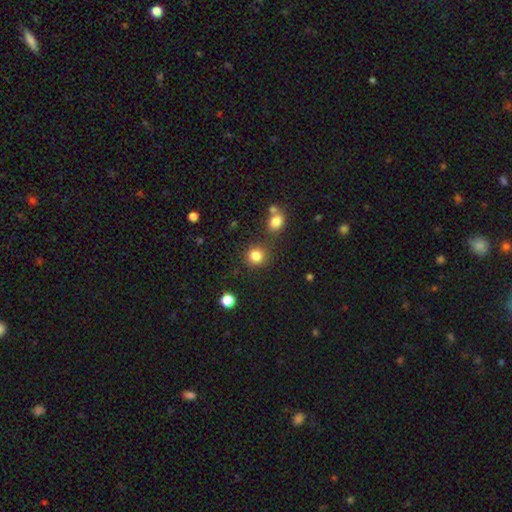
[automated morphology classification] smooth 82%, star or artifact 12%, featured or disk 5%. Down the decision tree: how rounded — round (89%); merging — none (77%).